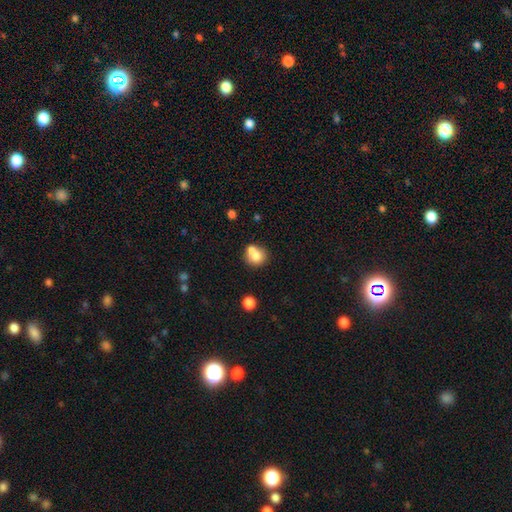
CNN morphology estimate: Smooth or featured? smooth (73%)
How rounded? round (79%)
Merging? merger (44%)